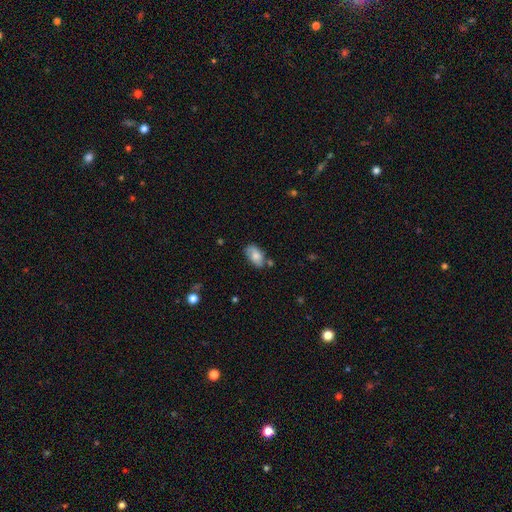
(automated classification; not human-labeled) This is likely a smooth galaxy (70%). How rounded: clearly in between (92%). Merging: likely none (64%).